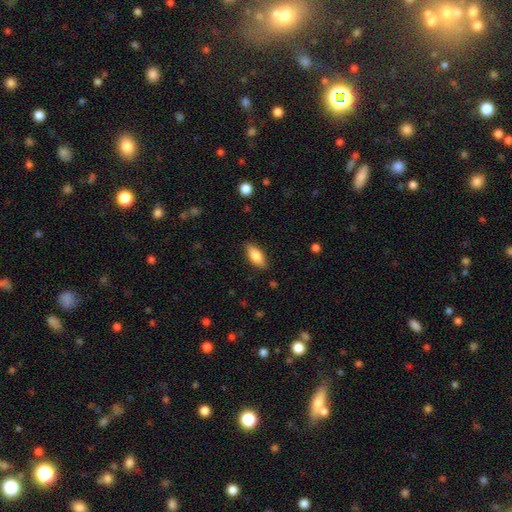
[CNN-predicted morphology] type=smooth (81%); roundness=in between (81%); merging=none (86%).